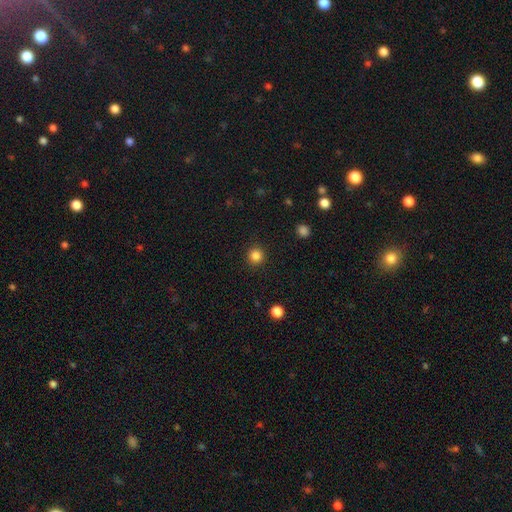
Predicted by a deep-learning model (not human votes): smooth_or_featured: smooth (p=0.85) [alt: star or artifact p=0.12]
how_rounded: round (p=0.95) [alt: in between p=0.05]
merging: none (p=0.92) [alt: minor disturbance p=0.05]